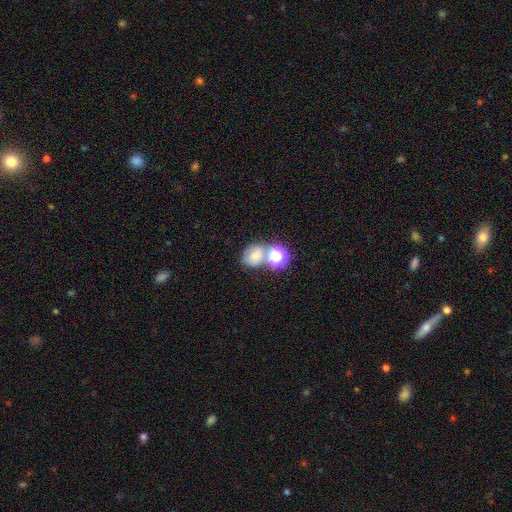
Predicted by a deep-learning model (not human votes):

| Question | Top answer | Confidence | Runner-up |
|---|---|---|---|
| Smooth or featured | smooth | 64% | star or artifact (19%) |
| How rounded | round | 56% | in between (43%) |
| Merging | none | 43% | merger (38%) |